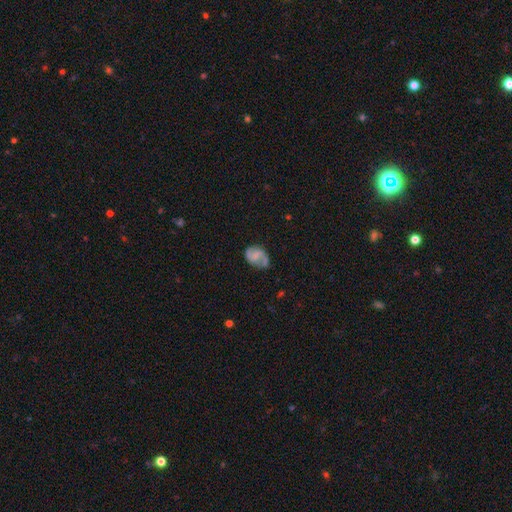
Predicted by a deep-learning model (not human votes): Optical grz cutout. It shows a featured or disk galaxy (74%) with a weak bar (47%), 2 (89%) medium (48%) spiral arms (93%) and no central bulge (45%). Merging: none (69%).